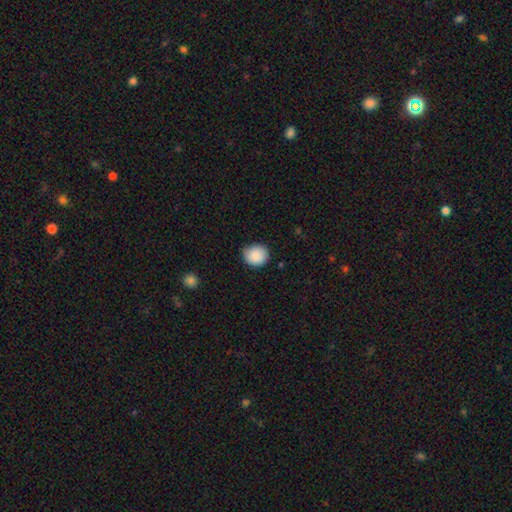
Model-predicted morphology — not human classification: Smooth or featured? smooth (88%)
How rounded? round (83%)
Merging? none (79%)